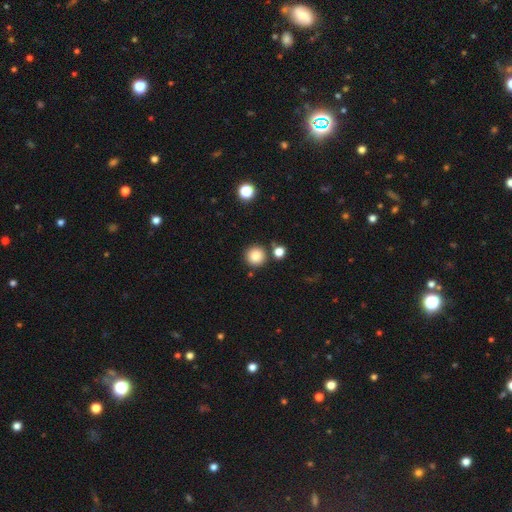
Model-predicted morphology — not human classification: The model was most divided on "smooth or featured": smooth: 83%, star or artifact: 11%, featured or disk: 6%. More confident: how rounded — round (94%); merging — none (84%).